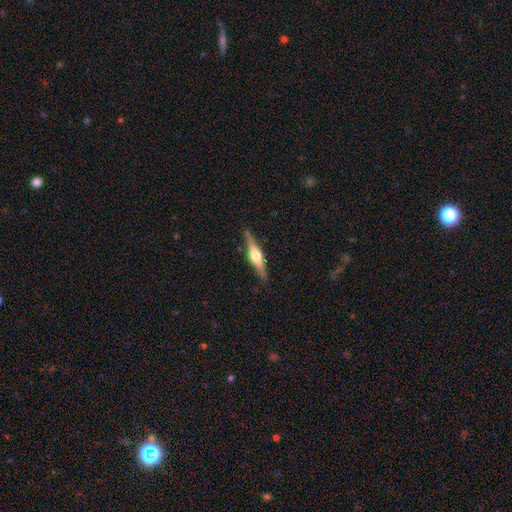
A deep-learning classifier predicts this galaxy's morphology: smooth-or-featured: featured or disk: 75% | smooth: 20% | star or artifact: 5%
  disk-edge-on: yes: 98% | no: 2%
    edge-on-bulge: rounded: 91% | boxy: 7% | none: 2%
  merging: none: 89% | minor disturbance: 8% | major disturbance: 2% | merger: 1%